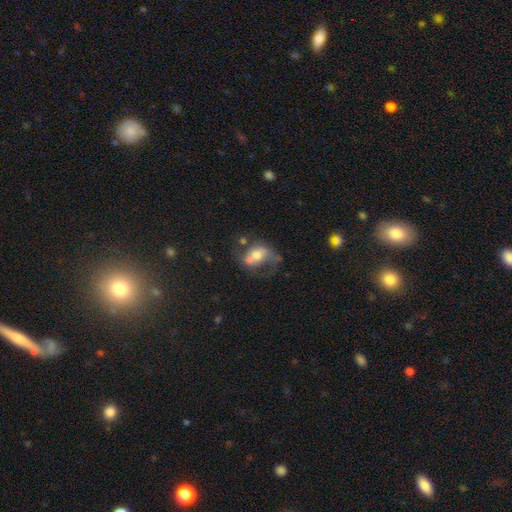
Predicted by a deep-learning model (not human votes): This appears to be a featured or disk galaxy (50%). Merging: merger (31%).